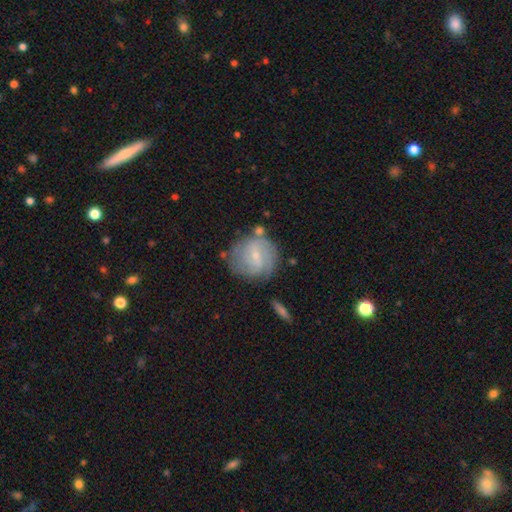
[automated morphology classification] Smooth or featured: featured or disk — 65% (smooth — 28%)
Edge-on disk: no — 97% (yes — 3%)
Bar: weak — 49% (no — 42%)
Spiral arms: yes — 85% (no — 15%)
Spiral winding: tight — 51% (medium — 34%)
Spiral arm count: can't tell — 39% (2 — 29%)
Bulge size: small — 74% (moderate — 21%)
Merging: none — 65% (minor disturbance — 20%)